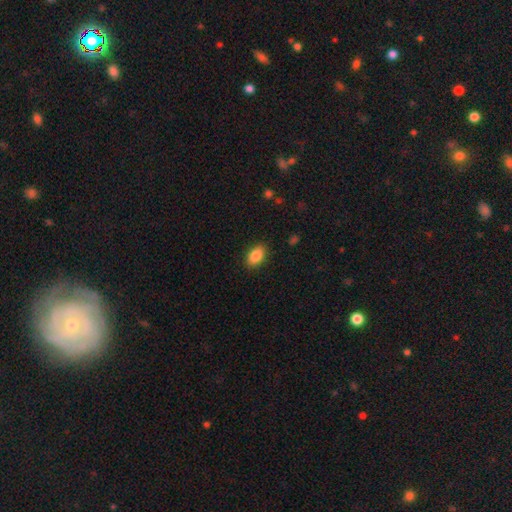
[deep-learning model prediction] Smooth or featured?
  - smooth: 87% *
  - star or artifact: 8%
  - featured or disk: 6%
How rounded?
  - in between: 87% *
  - round: 12%
  - cigar-shaped: 2%
Merging?
  - none: 87% *
  - minor disturbance: 10%
  - major disturbance: 2%
  - merger: 1%